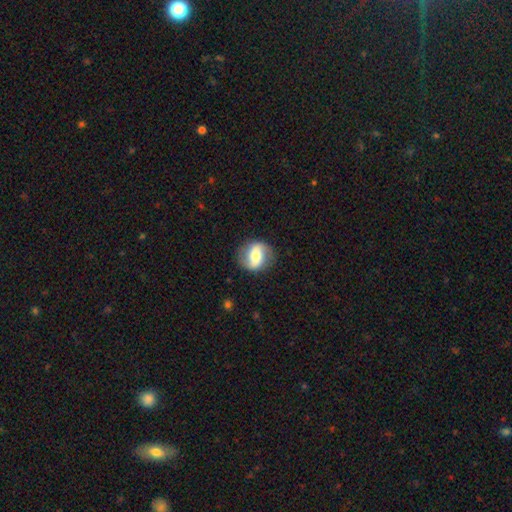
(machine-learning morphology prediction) Smooth or featured?
  - featured or disk: 60% *
  - smooth: 33%
  - star or artifact: 7%
Edge-on disk?
  - no: 94% *
  - yes: 6%
Bar?
  - strong: 44% *
  - weak: 32%
  - no: 24%
Spiral arms?
  - yes: 75% *
  - no: 25%
Bulge size?
  - moderate: 59% *
  - small: 21%
  - large: 15%
  - dominant: 3%
  - none: 2%
Merging?
  - none: 84% *
  - minor disturbance: 11%
  - major disturbance: 4%
  - merger: 1%